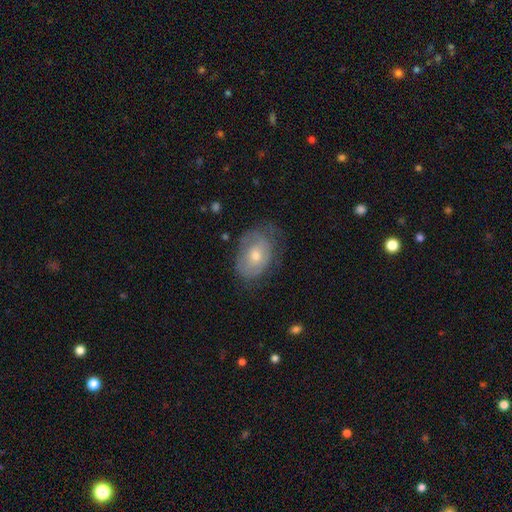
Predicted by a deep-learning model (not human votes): smooth 48%, featured or disk 44%, star or artifact 8%. Down the decision tree: merging — none (56%).